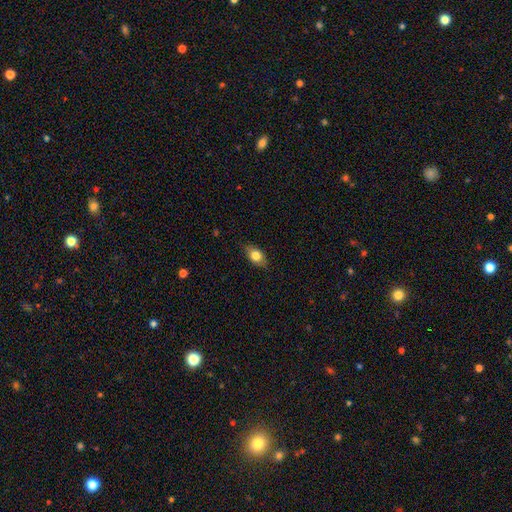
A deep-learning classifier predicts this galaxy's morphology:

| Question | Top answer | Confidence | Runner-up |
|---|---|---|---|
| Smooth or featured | smooth | 75% | featured or disk (17%) |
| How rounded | in between | 82% | round (14%) |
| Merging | none | 79% | minor disturbance (17%) |